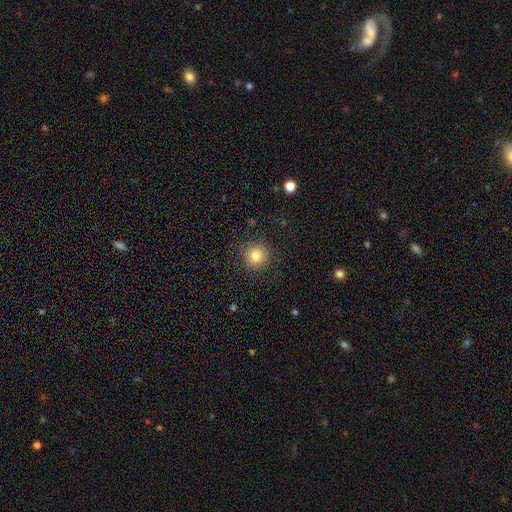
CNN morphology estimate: smooth_or_featured: smooth (p=0.80) [alt: star or artifact p=0.12]
how_rounded: round (p=0.93) [alt: in between p=0.06]
merging: none (p=0.88) [alt: minor disturbance p=0.08]